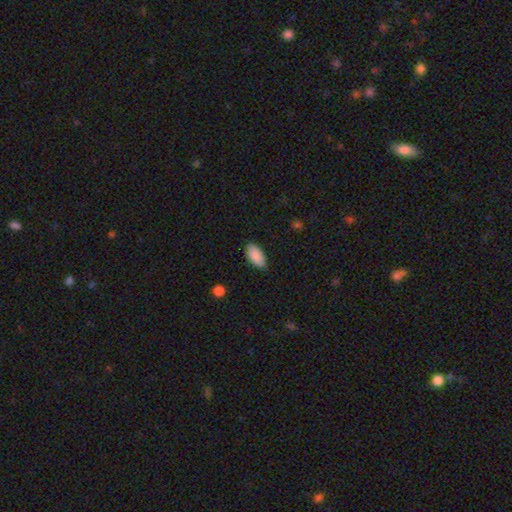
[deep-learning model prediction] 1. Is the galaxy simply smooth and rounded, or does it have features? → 89% smooth, 6% star or artifact, 5% featured or disk.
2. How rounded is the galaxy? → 94% in between, 4% cigar-shaped, 2% round.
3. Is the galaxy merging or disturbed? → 84% none, 13% minor disturbance, 2% major disturbance, 1% merger.